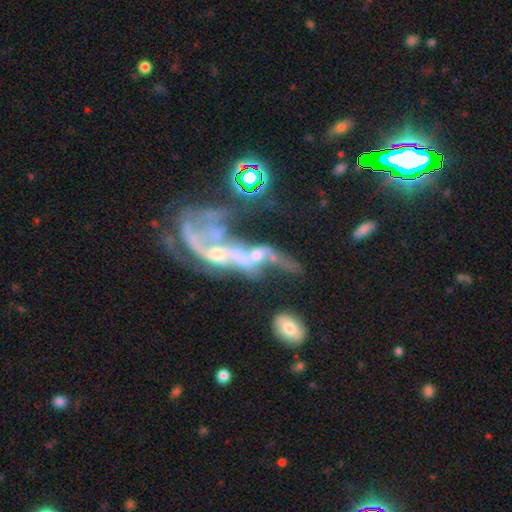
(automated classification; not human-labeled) Smooth or featured: featured or disk — 60% (smooth — 21%)
Edge-on disk: no — 91% (yes — 9%)
Bar: no — 74% (weak — 19%)
Spiral arms: no — 59% (yes — 41%)
Bulge size: moderate — 35% (none — 30%)
Merging: merger — 70% (major disturbance — 18%)